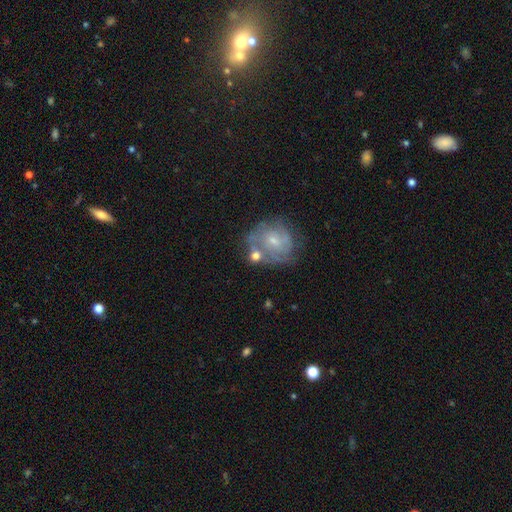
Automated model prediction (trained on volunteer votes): smooth-or-featured: featured or disk: 48% | smooth: 42% | star or artifact: 10%
  merging: none: 47% | merger: 25% | minor disturbance: 18% | major disturbance: 11%